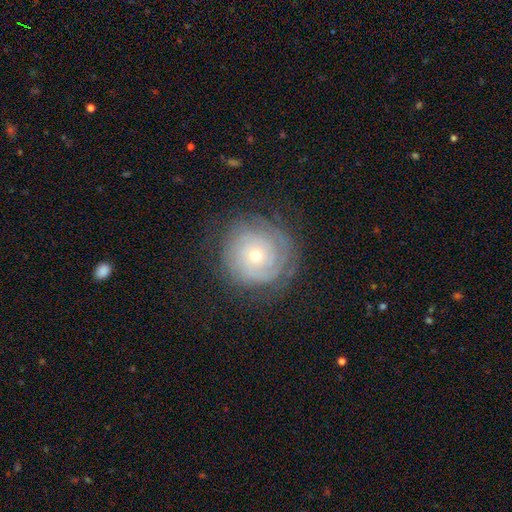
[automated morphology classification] Q: Smooth or featured?
A: featured or disk (63%); runner-up: smooth (28%)
Q: Edge-on disk?
A: no (97%); runner-up: yes (3%)
Q: Bar?
A: no (86%); runner-up: weak (11%)
Q: Spiral arms?
A: yes (76%); runner-up: no (24%)
Q: Bulge size?
A: small (60%); runner-up: moderate (36%)
Q: Merging?
A: none (74%); runner-up: minor disturbance (16%)